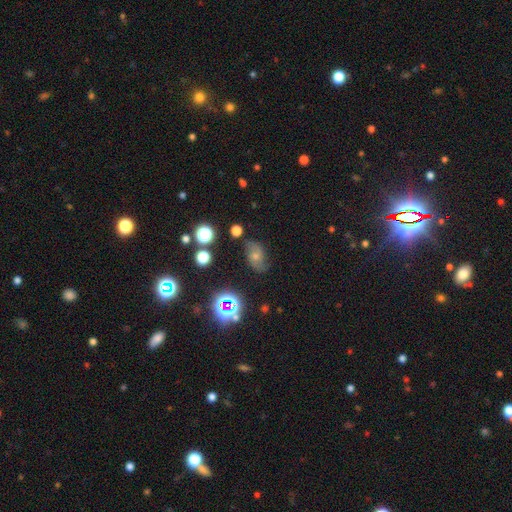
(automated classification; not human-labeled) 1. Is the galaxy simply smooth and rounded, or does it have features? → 45% smooth, 36% featured or disk, 19% star or artifact.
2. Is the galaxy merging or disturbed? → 68% none, 22% minor disturbance, 7% major disturbance, 3% merger.